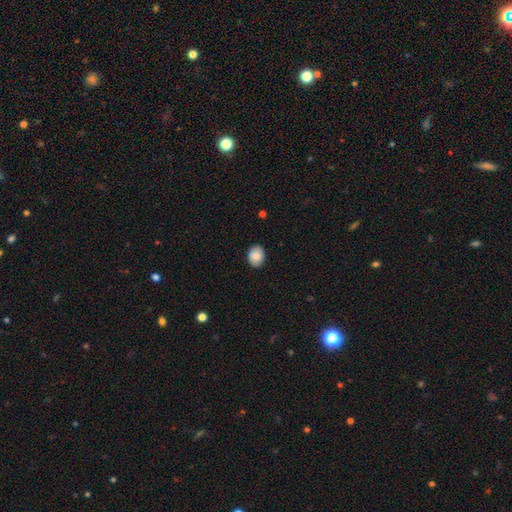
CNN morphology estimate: This appears to be a smooth galaxy with no disk features (86%) that is in between round and cigar-shaped (59%). Merging: none (88%).